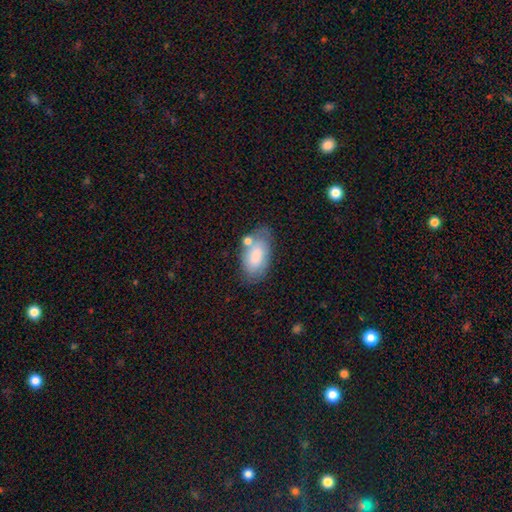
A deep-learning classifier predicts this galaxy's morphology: This appears to be a smooth galaxy with no disk features (78%) that is in between round and cigar-shaped (93%). Merging: none (55%).